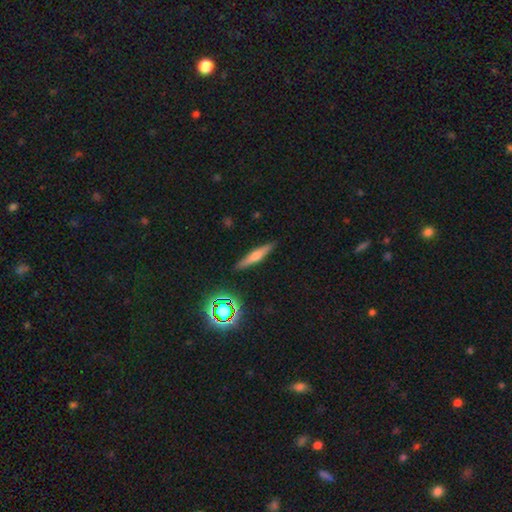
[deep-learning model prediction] A featured or disk galaxy (45%).

Vote fractions:
- Smooth or featured? featured or disk: 45% / smooth: 44% / star or artifact: 12%
- Merging? none: 89% / minor disturbance: 8% / major disturbance: 2% / merger: 2%